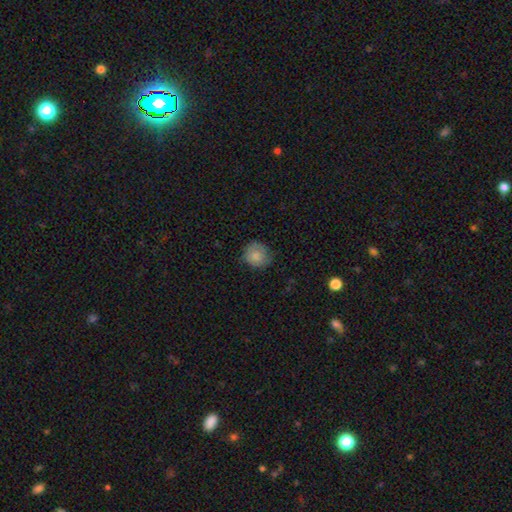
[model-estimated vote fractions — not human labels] smooth 82%, featured or disk 10%, star or artifact 8%. Down the decision tree: how rounded — round (88%); merging — none (73%).